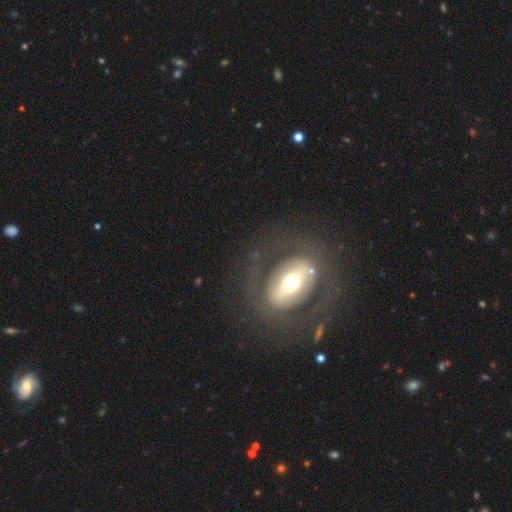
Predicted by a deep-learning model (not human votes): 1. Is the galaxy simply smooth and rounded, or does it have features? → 71% featured or disk, 20% smooth, 9% star or artifact.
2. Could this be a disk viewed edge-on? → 88% no, 12% yes.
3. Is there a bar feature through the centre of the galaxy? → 40% strong, 33% no, 27% weak.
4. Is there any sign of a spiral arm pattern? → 52% no, 48% yes.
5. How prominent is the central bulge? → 55% moderate, 21% large, 19% small, 4% dominant, 1% none.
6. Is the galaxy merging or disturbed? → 81% none, 9% minor disturbance, 8% major disturbance, 1% merger.